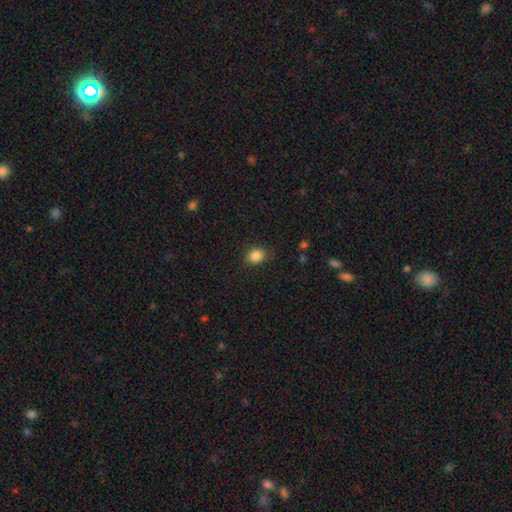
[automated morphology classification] Smooth or featured? smooth (86%)
How rounded? in between (51%)
Merging? none (82%)